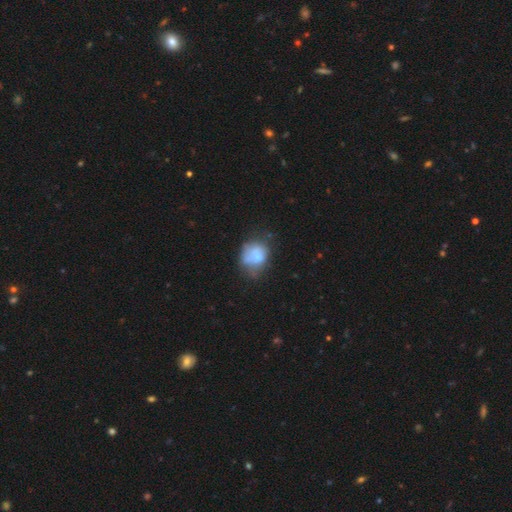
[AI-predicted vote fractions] Overall: smooth (66%). How rounded: round (58%; in between 41%). Merging: none (39%; minor disturbance 31%).